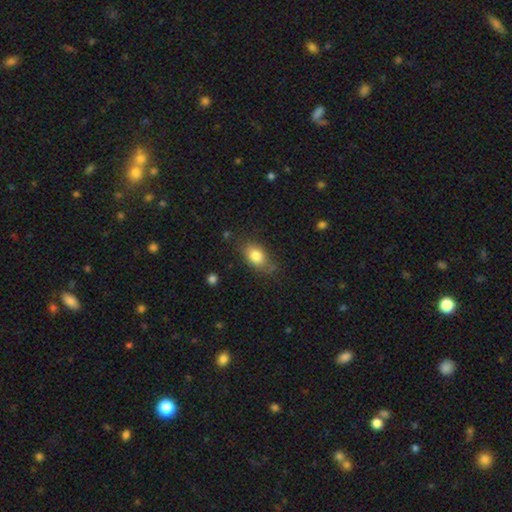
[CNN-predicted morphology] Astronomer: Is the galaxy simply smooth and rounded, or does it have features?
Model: smooth — 81%.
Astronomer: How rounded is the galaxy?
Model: in between — 83%.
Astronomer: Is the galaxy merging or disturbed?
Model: none — 69%.